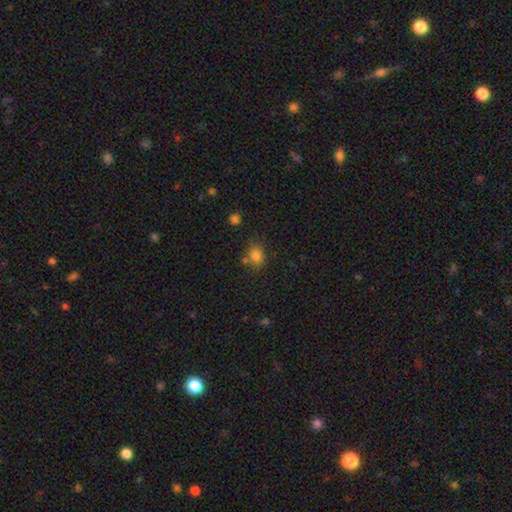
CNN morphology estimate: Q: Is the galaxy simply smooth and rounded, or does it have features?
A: smooth — 81%.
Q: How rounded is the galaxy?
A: in between — 51%.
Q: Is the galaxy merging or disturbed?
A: none — 66%.